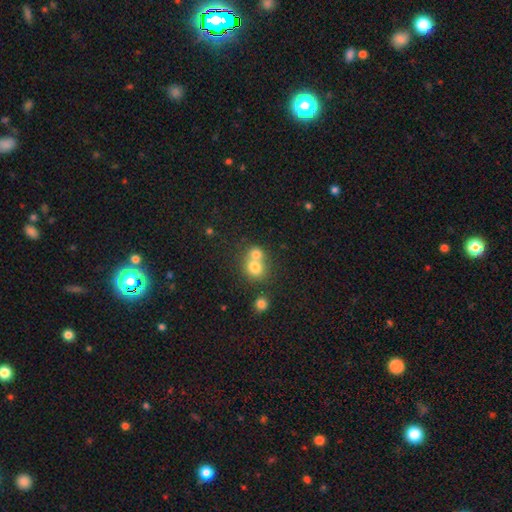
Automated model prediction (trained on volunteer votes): Smooth or featured? smooth (72%)
How rounded? round (76%)
Merging? merger (61%)